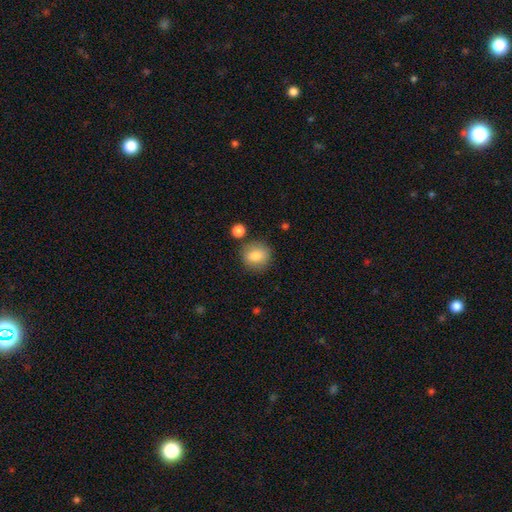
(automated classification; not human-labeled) Overall: smooth (85%). How rounded: round (80%). Merging: none (80%).